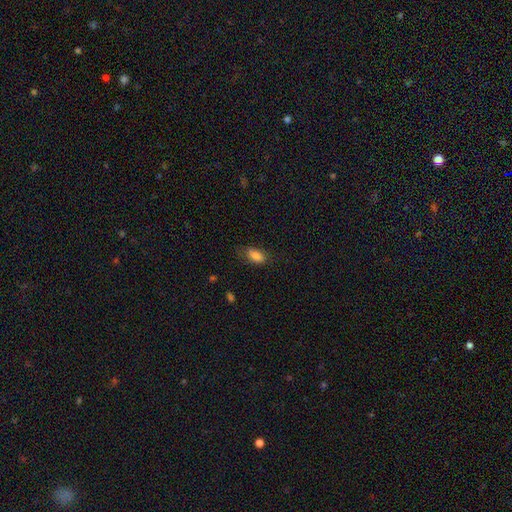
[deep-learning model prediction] The model was most divided on "merging": none: 69%, minor disturbance: 22%, major disturbance: 7%, merger: 1%. More confident: how rounded — in between (89%); smooth or featured — smooth (85%).